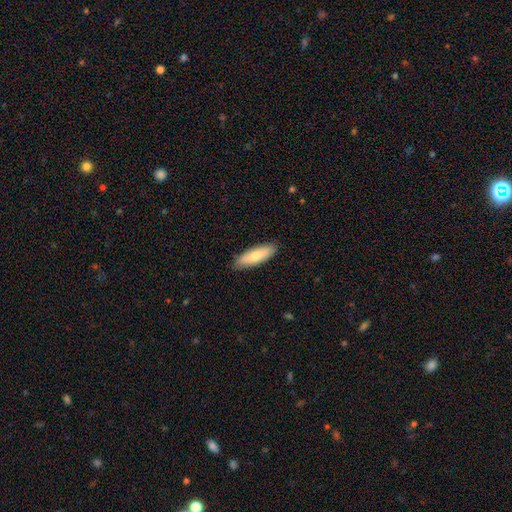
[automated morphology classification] This is likely a smooth galaxy (75%). How rounded: possibly in between (57%). Merging: clearly none (86%).